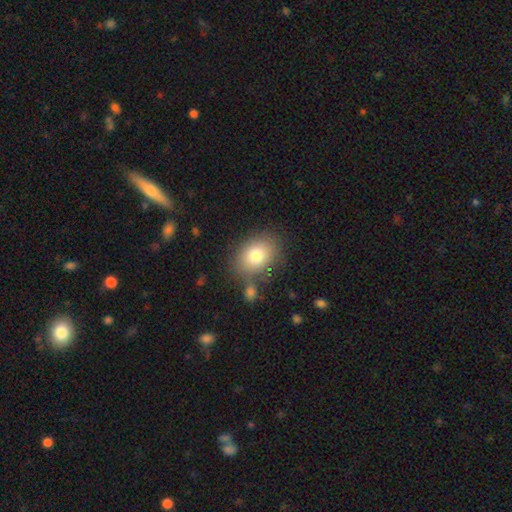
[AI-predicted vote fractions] Smooth or featured? Predicted: smooth (p=0.78). How rounded? Predicted: in between (p=0.66). Merging? Predicted: none (p=0.72).